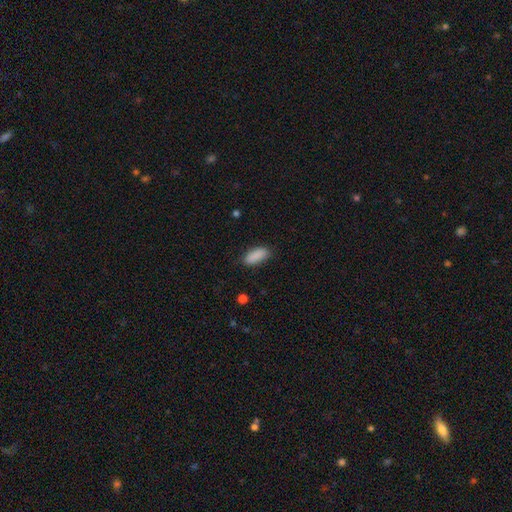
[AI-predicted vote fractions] Smooth or featured: smooth — 89% (star or artifact — 7%)
How rounded: in between — 82% (cigar-shaped — 16%)
Merging: none — 82% (minor disturbance — 14%)